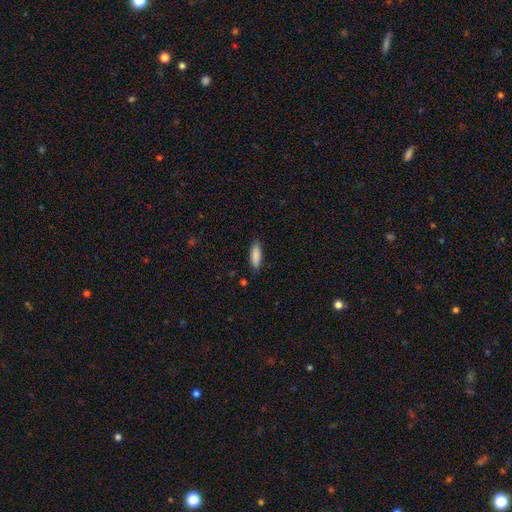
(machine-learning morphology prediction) Overall: smooth (87%). How rounded: in between (57%; cigar-shaped 42%). Merging: none (85%).